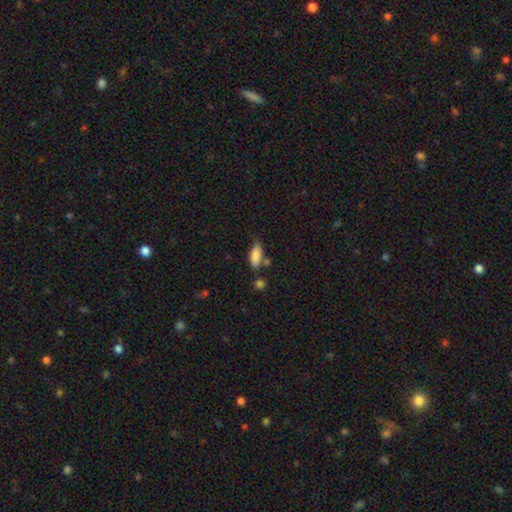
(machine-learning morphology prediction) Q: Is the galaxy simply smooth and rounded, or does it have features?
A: smooth — 84%.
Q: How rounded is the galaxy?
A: in between — 78%.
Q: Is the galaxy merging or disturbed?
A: none — 58%.